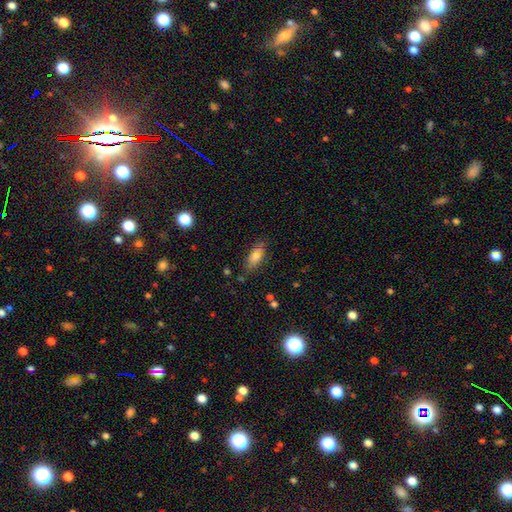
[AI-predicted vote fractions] This appears to be a smooth galaxy with no disk features (70%) that is in between round and cigar-shaped (84%). Merging: none (76%).